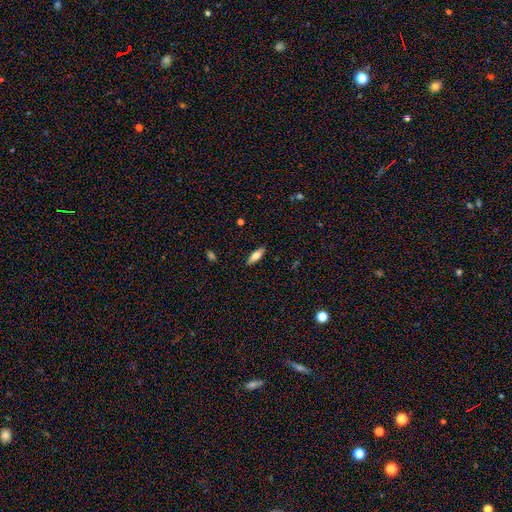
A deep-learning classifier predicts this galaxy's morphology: type=smooth (67%); roundness=in between (57%); merging=none (88%).